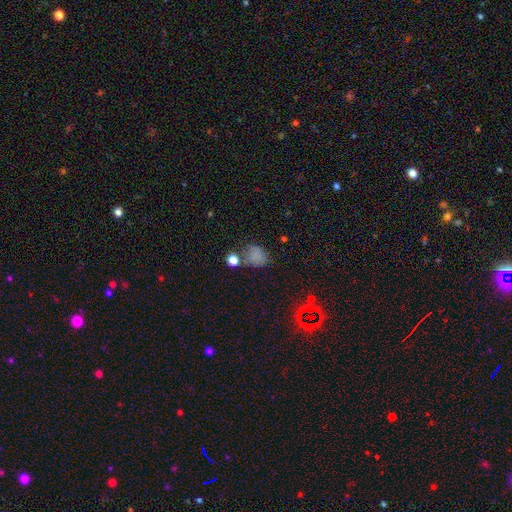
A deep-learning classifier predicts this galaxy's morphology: This appears to be a smooth galaxy with no disk features (71%) that is round (55%). Merging: none (55%).